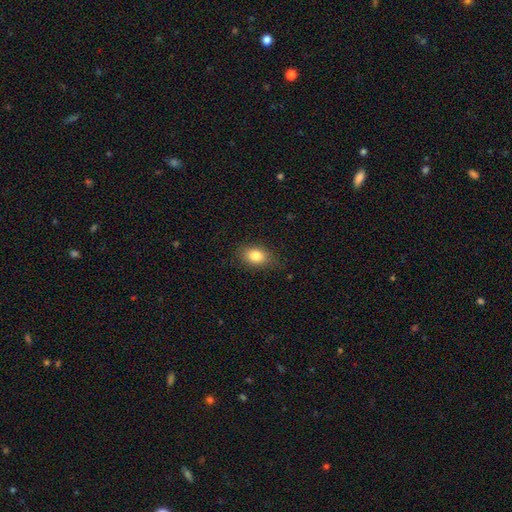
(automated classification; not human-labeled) Smooth or featured?
  - smooth: 82% *
  - star or artifact: 9%
  - featured or disk: 9%
How rounded?
  - in between: 74% *
  - round: 24%
  - cigar-shaped: 2%
Merging?
  - none: 79% *
  - minor disturbance: 16%
  - major disturbance: 4%
  - merger: 1%